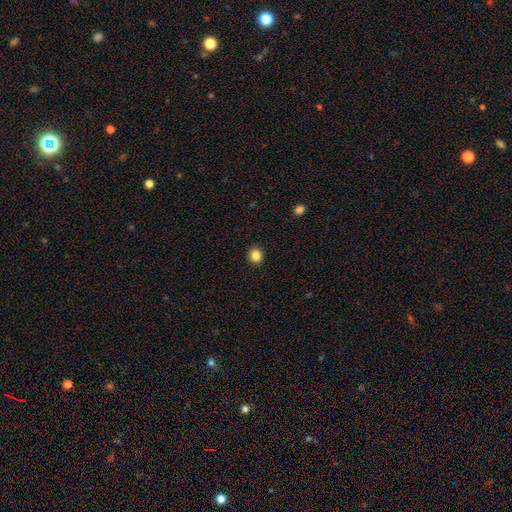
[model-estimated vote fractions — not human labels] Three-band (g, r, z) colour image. It shows a smooth galaxy with no disk features (84%) that is round (82%). Merging: none (92%).